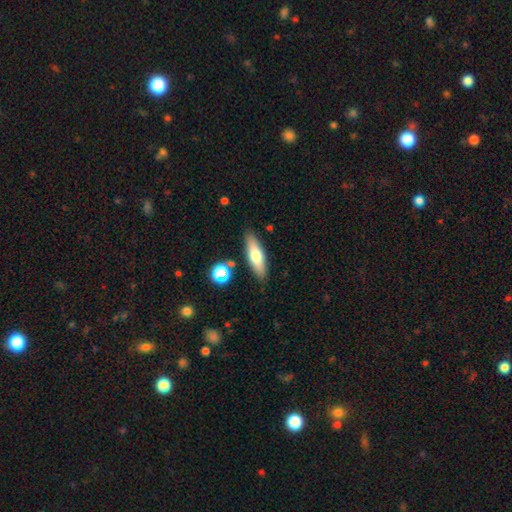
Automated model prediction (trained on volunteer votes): A smooth galaxy with no disk features (63%) that is cigar-shaped (53%).

Vote fractions:
- Smooth or featured? smooth: 63% / featured or disk: 29% / star or artifact: 7%
- How rounded? cigar-shaped: 53% / in between: 44% / round: 3%
- Merging? none: 85% / minor disturbance: 9% / merger: 3% / major disturbance: 2%